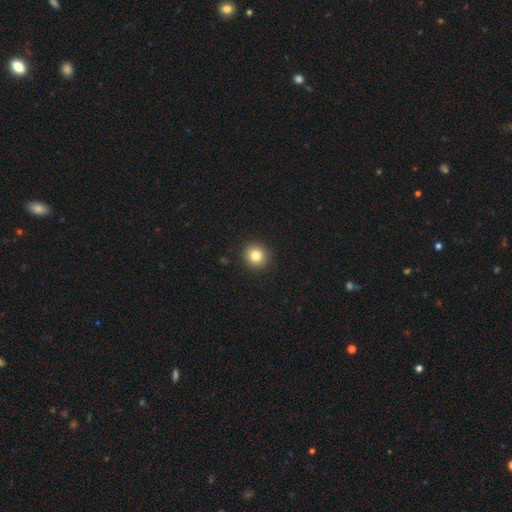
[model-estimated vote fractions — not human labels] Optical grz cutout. It shows a smooth galaxy with no disk features (82%) that is round (92%). Merging: none (92%).